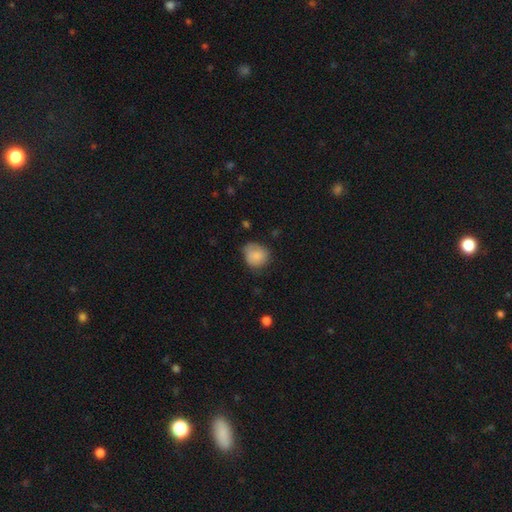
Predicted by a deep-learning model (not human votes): This appears to be a smooth galaxy with no disk features (81%) that is round (78%). Merging: none (58%).